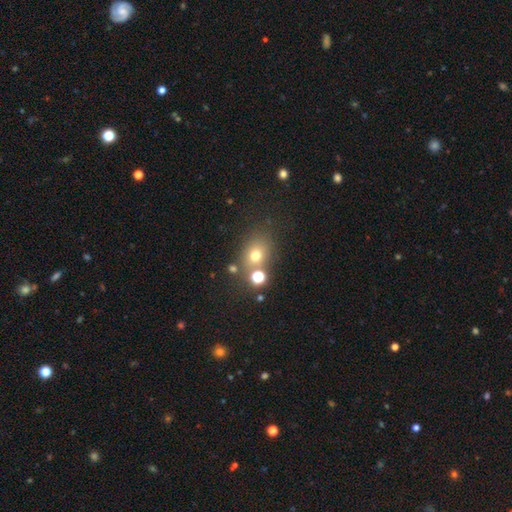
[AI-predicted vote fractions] Smooth or featured?
  - smooth: 66% *
  - star or artifact: 22%
  - featured or disk: 12%
How rounded?
  - round: 65% *
  - in between: 34%
  - cigar-shaped: 1%
Merging?
  - none: 64% *
  - merger: 19%
  - minor disturbance: 12%
  - major disturbance: 6%